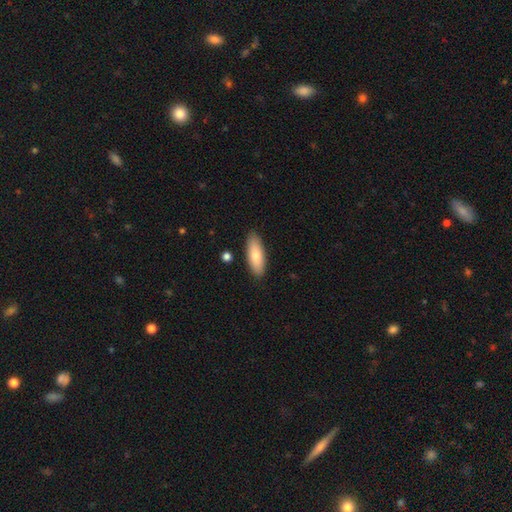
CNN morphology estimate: Q: Smooth or featured?
A: smooth (80%); runner-up: featured or disk (14%)
Q: How rounded?
A: in between (67%); runner-up: cigar-shaped (31%)
Q: Merging?
A: none (87%); runner-up: minor disturbance (10%)